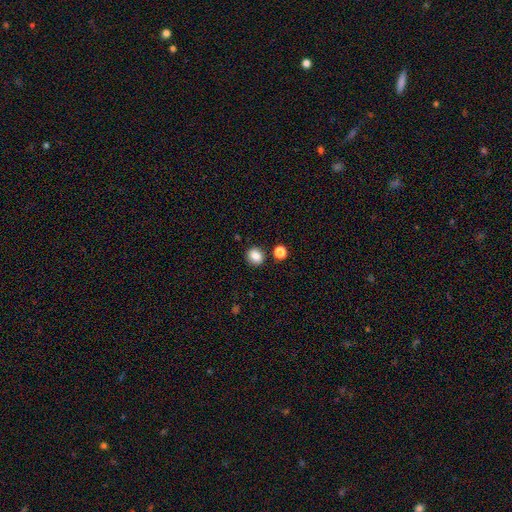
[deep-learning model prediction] Smooth or featured: smooth — 85% (star or artifact — 10%)
How rounded: round — 79% (in between — 20%)
Merging: none — 85% (minor disturbance — 8%)